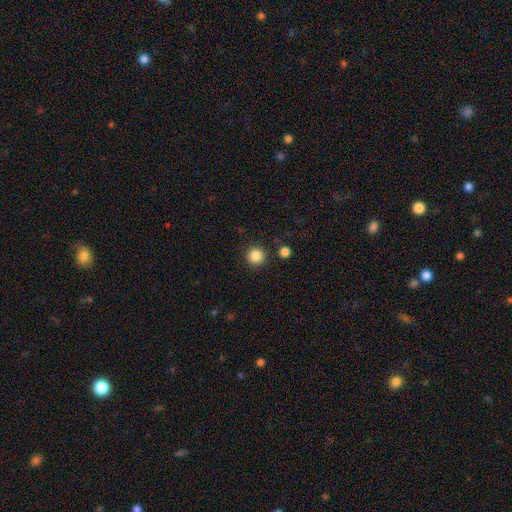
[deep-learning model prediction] This appears to be a smooth galaxy with no disk features (87%) that is round (96%). Merging: none (90%).